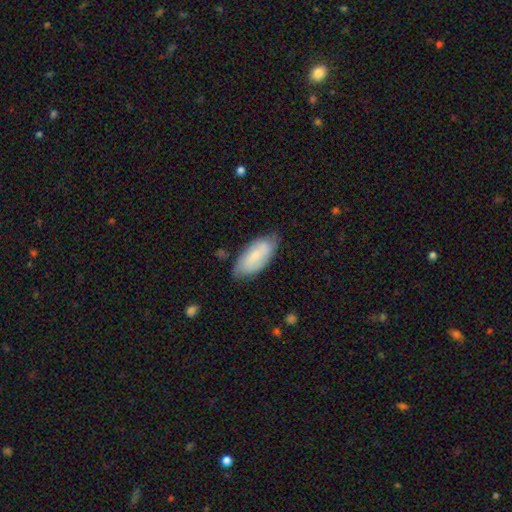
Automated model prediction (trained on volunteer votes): smooth-or-featured: smooth: 56% | featured or disk: 38% | star or artifact: 6%
  how-rounded: in between: 88% | cigar-shaped: 10% | round: 2%
  merging: none: 75% | minor disturbance: 20% | major disturbance: 4% | merger: 2%